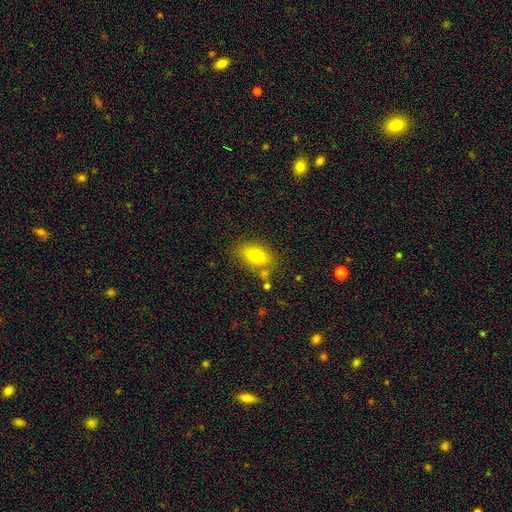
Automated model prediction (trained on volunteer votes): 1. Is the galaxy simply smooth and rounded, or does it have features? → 77% smooth, 13% featured or disk, 9% star or artifact.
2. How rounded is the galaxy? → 86% in between, 11% round, 3% cigar-shaped.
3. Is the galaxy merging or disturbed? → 76% none, 14% minor disturbance, 6% merger, 4% major disturbance.